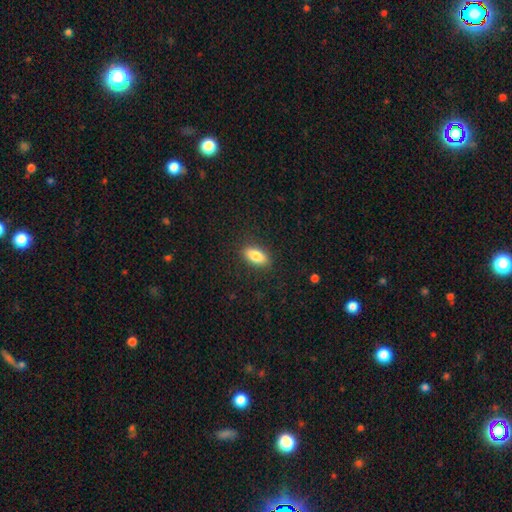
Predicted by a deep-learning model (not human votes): smooth 83%, featured or disk 9%, star or artifact 7%. Down the decision tree: how rounded — in between (86%); merging — none (87%).